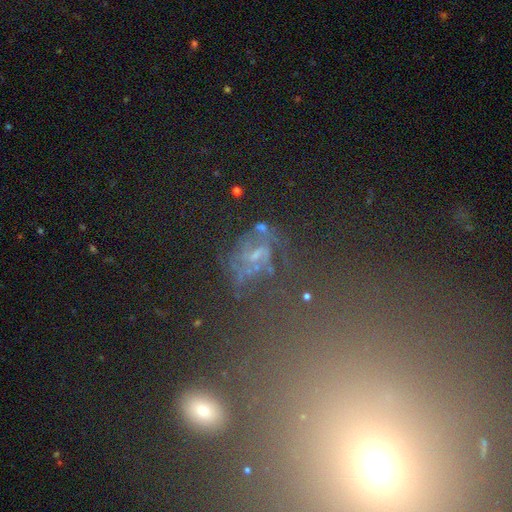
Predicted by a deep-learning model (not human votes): Smooth or featured?
  - featured or disk: 46% *
  - star or artifact: 36%
  - smooth: 18%
Merging?
  - none: 51% *
  - major disturbance: 22%
  - minor disturbance: 19%
  - merger: 9%